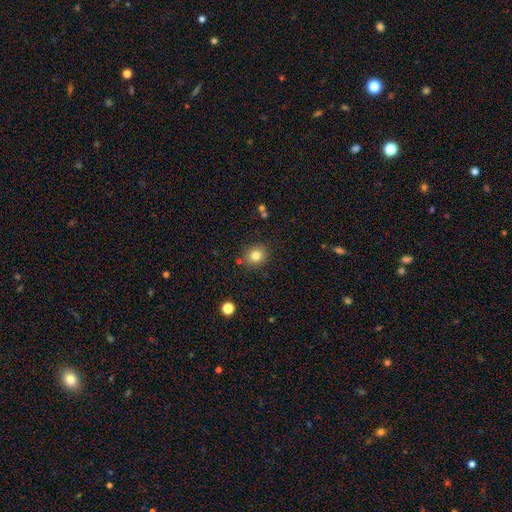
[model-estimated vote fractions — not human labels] Smooth or featured? smooth (81%)
How rounded? round (76%)
Merging? none (82%)